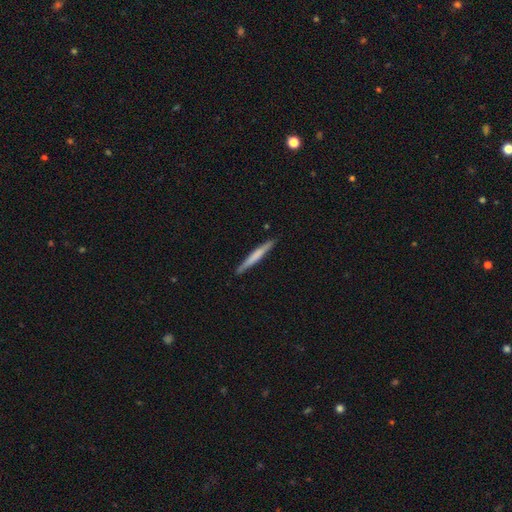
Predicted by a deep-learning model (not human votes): A smooth galaxy with no disk features (59%) that is cigar-shaped (97%). Merging: none (90%).